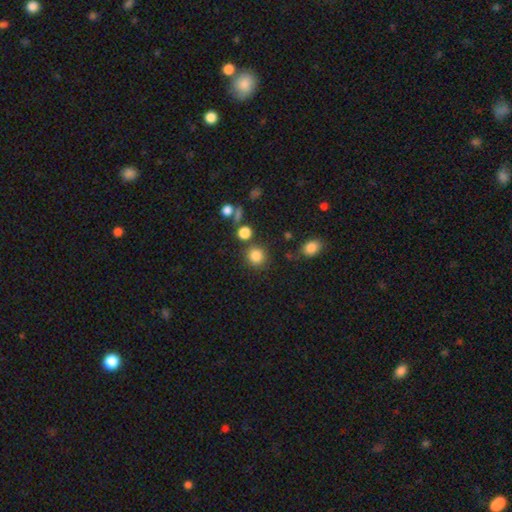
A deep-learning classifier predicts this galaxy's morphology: Smooth or featured? smooth (83%)
How rounded? round (89%)
Merging? none (79%)